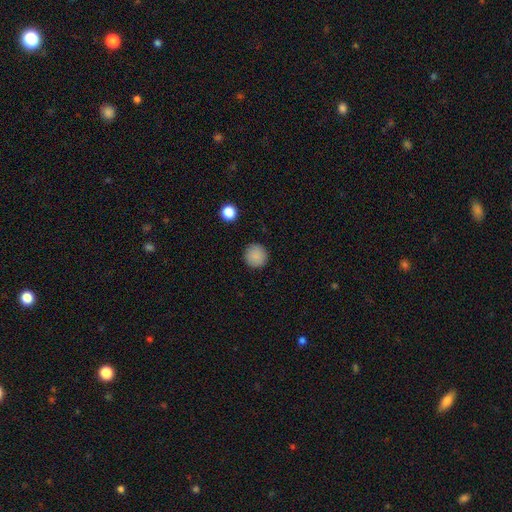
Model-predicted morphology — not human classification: A smooth galaxy with no disk features (87%) that is round (95%). Merging: none (91%).